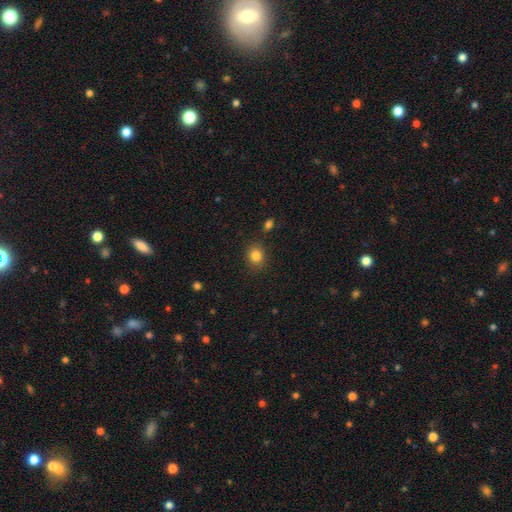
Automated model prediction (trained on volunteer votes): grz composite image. It shows a smooth galaxy with no disk features (83%) that is round (67%). Merging: none (84%).